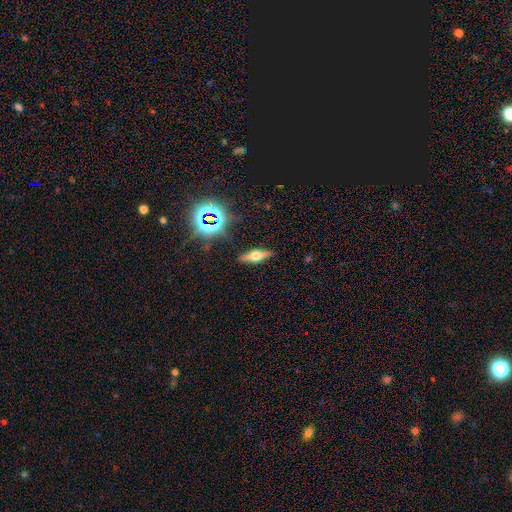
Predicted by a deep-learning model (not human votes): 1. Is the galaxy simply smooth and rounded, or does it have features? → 57% featured or disk, 30% smooth, 13% star or artifact.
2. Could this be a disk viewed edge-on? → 93% yes, 7% no.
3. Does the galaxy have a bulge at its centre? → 93% rounded, 5% boxy, 2% none.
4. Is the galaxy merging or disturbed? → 87% none, 9% minor disturbance, 3% major disturbance, 2% merger.